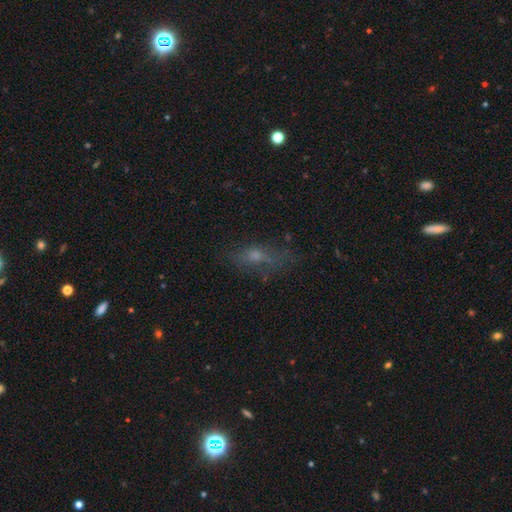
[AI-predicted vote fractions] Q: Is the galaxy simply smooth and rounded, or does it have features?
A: smooth — 44%.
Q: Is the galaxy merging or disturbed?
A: none — 61%.